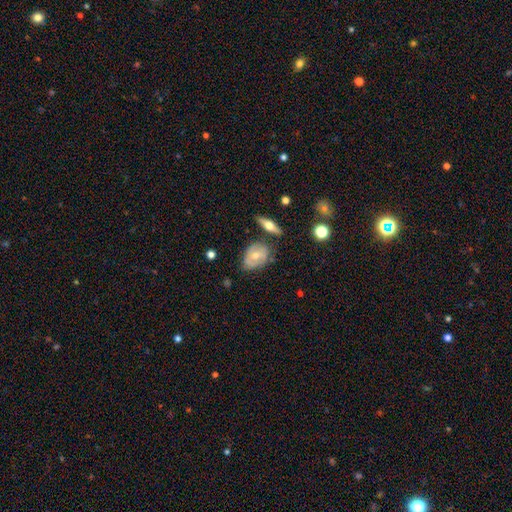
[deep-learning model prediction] Smooth or featured? Predicted: featured or disk (p=0.51). Edge-on disk? Predicted: no (p=0.86). Merging? Predicted: none (p=0.58).